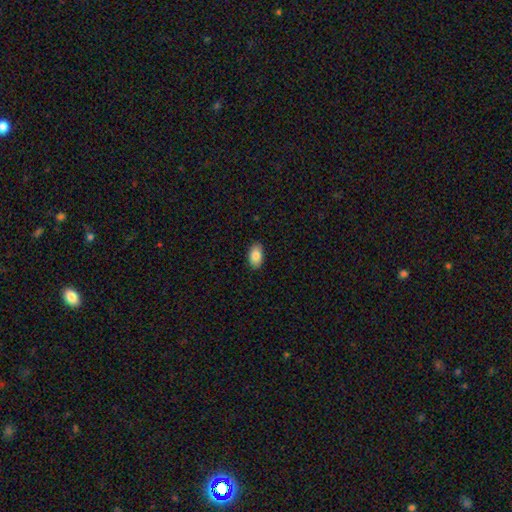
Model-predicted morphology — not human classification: A smooth galaxy with no disk features (87%) that is in between round and cigar-shaped (93%).

Vote fractions:
- Smooth or featured? smooth: 87% / star or artifact: 7% / featured or disk: 6%
- How rounded? in between: 93% / round: 5% / cigar-shaped: 2%
- Merging? none: 88% / minor disturbance: 9% / major disturbance: 2% / merger: 1%